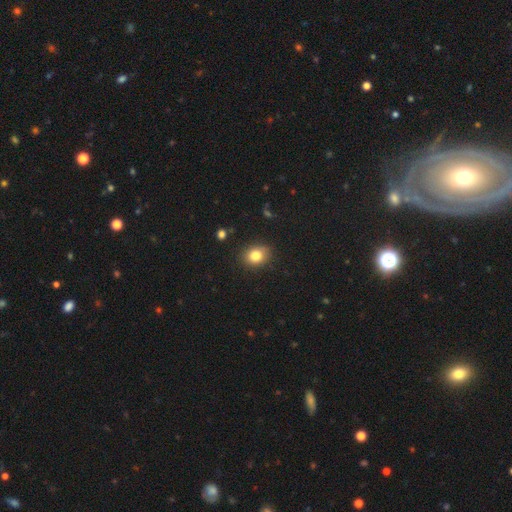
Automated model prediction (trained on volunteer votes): Smooth or featured? smooth (82%)
How rounded? round (55%)
Merging? none (83%)